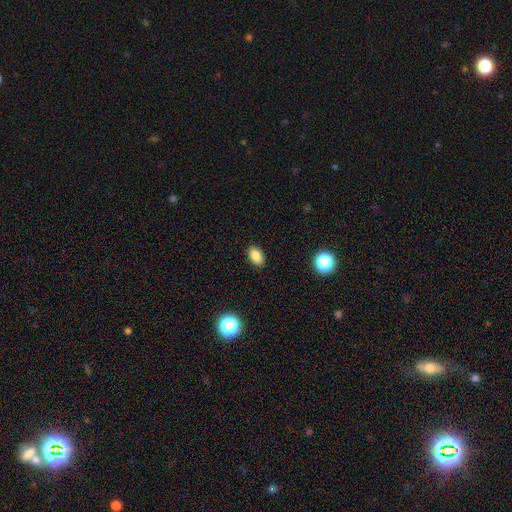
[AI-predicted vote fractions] Overall: smooth (86%). How rounded: in between (88%). Merging: none (89%).